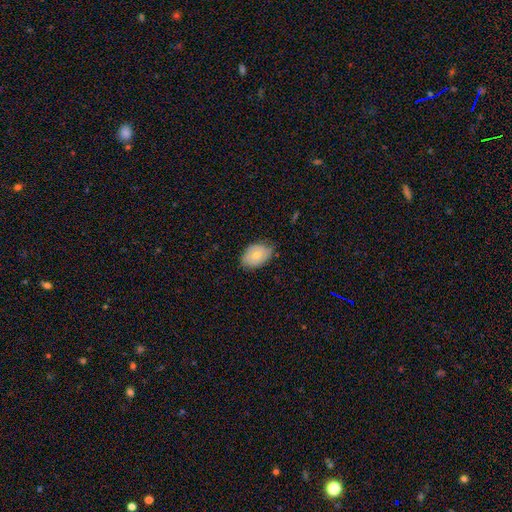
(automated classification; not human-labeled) smooth_or_featured: smooth (p=0.72) [alt: featured or disk p=0.21]
how_rounded: in between (p=0.84) [alt: round p=0.15]
merging: none (p=0.71) [alt: minor disturbance p=0.25]